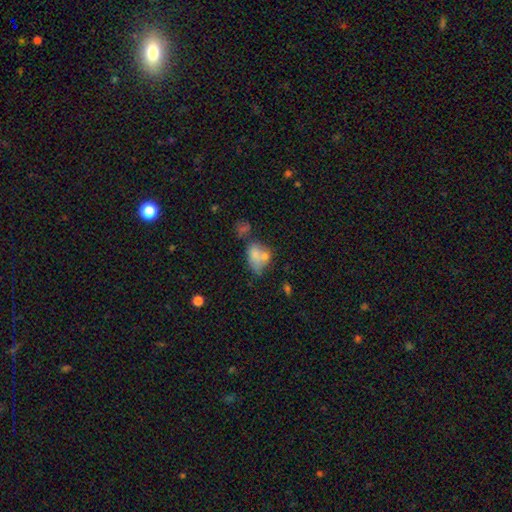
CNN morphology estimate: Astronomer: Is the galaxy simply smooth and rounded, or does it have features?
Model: smooth — 70%.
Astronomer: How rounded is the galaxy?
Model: in between — 76%.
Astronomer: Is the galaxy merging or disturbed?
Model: merger — 47% (runner-up: none, 27%).